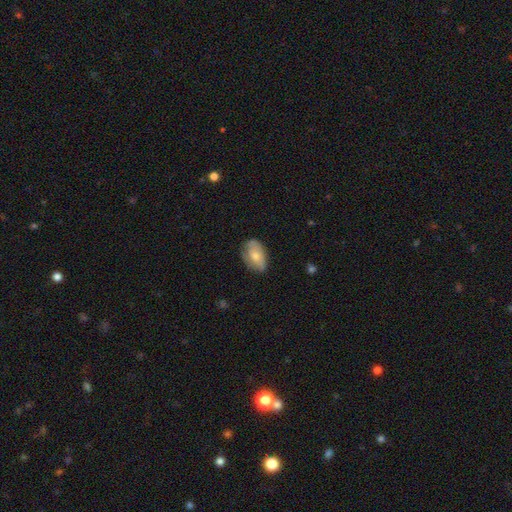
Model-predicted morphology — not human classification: Q: Smooth or featured?
A: smooth (68%); runner-up: featured or disk (26%)
Q: How rounded?
A: in between (89%); runner-up: round (9%)
Q: Merging?
A: none (61%); runner-up: minor disturbance (30%)